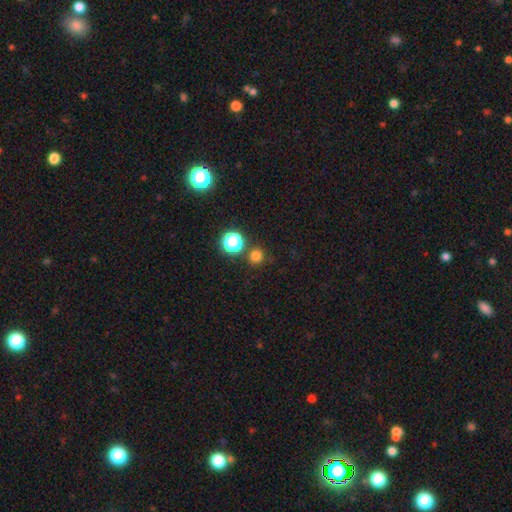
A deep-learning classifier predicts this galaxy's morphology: Smooth or featured? Predicted: smooth (p=0.76). How rounded? Predicted: round (p=0.94). Merging? Predicted: none (p=0.82).